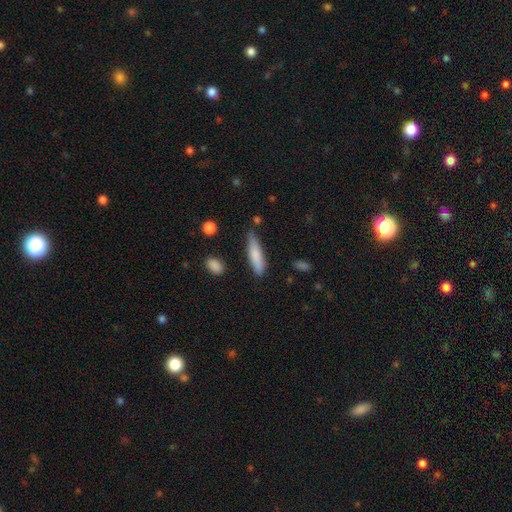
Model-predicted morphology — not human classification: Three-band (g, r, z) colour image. It shows a smooth galaxy with no disk features (80%) that is cigar-shaped (69%). Merging: none (67%).